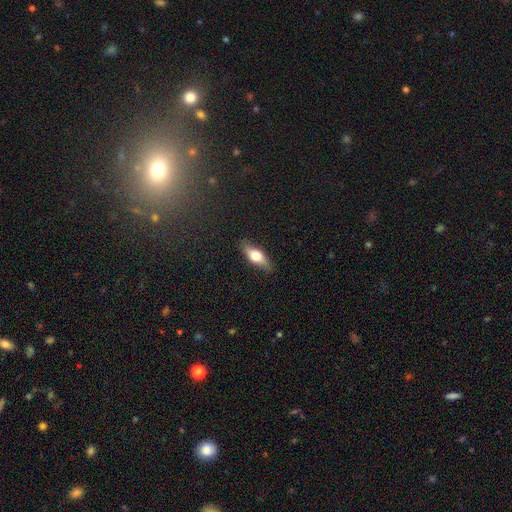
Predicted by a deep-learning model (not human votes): smooth_or_featured: smooth (p=0.56) [alt: featured or disk p=0.38]
how_rounded: in between (p=0.63) [alt: cigar-shaped p=0.33]
merging: none (p=0.84) [alt: minor disturbance p=0.12]